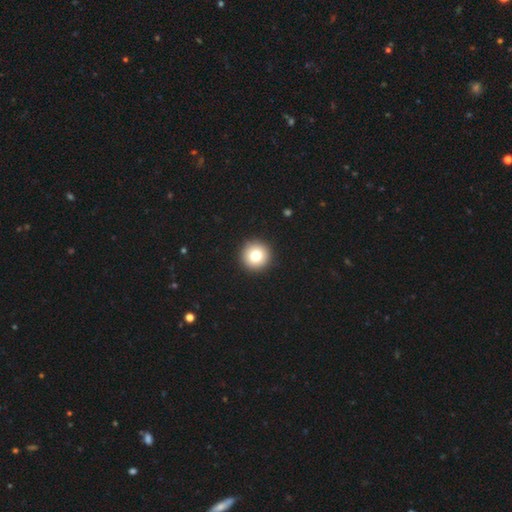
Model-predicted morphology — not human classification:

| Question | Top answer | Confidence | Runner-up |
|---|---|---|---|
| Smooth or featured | smooth | 78% | featured or disk (12%) |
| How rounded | round | 96% | in between (3%) |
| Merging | none | 94% | minor disturbance (4%) |